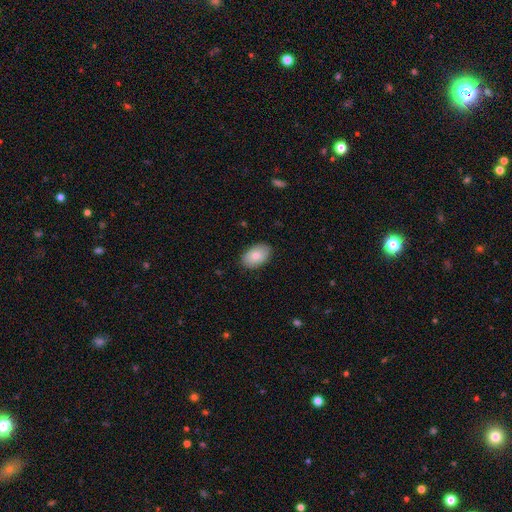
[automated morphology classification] smooth-or-featured: smooth: 80% | featured or disk: 13% | star or artifact: 6%
  how-rounded: in between: 91% | round: 8% | cigar-shaped: 1%
  merging: none: 87% | minor disturbance: 10% | major disturbance: 2% | merger: 1%